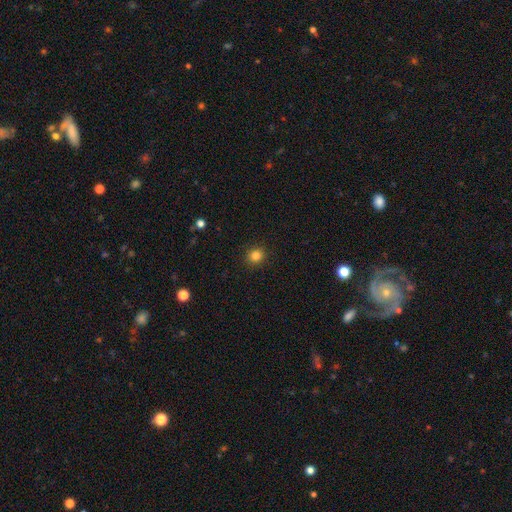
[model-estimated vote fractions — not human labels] This is clearly a smooth galaxy (83%). How rounded: clearly round (88%). Merging: clearly none (91%).